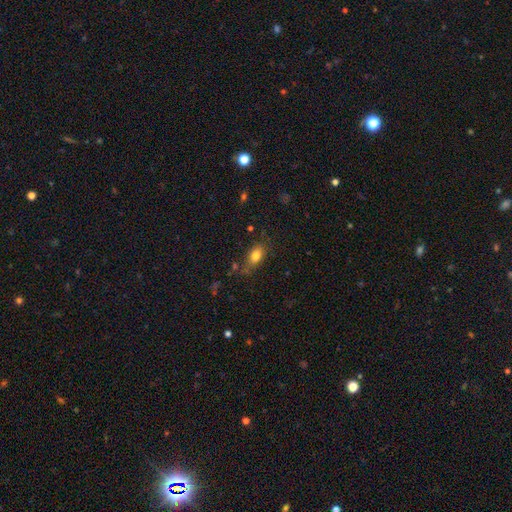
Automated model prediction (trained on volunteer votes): smooth-or-featured: smooth: 80% | star or artifact: 10% | featured or disk: 10%
  how-rounded: in between: 81% | round: 15% | cigar-shaped: 4%
  merging: none: 70% | minor disturbance: 19% | major disturbance: 5% | merger: 5%